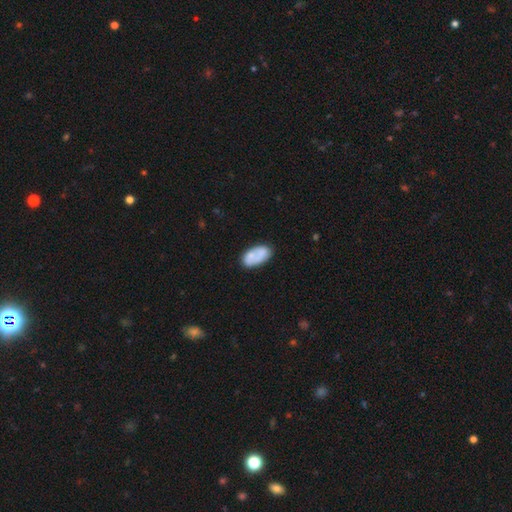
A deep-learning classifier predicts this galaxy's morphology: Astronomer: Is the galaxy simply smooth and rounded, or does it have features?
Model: smooth — 68%.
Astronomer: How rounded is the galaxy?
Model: in between — 94%.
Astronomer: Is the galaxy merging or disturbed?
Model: none — 60%.